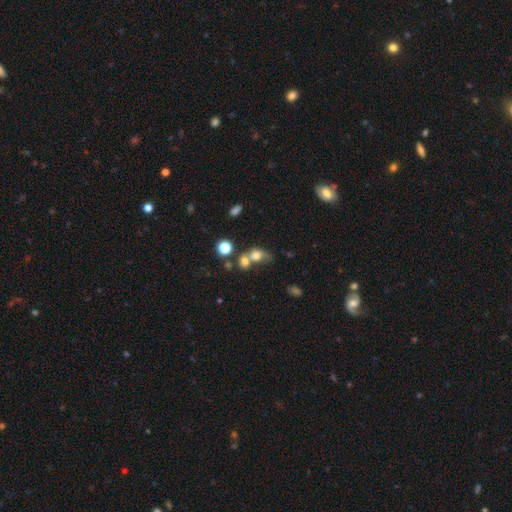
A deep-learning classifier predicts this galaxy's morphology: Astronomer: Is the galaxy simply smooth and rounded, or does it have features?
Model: smooth — 67%.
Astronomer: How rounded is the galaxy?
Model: round — 54% (runner-up: in between, 44%).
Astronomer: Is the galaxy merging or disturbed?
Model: merger — 57%.